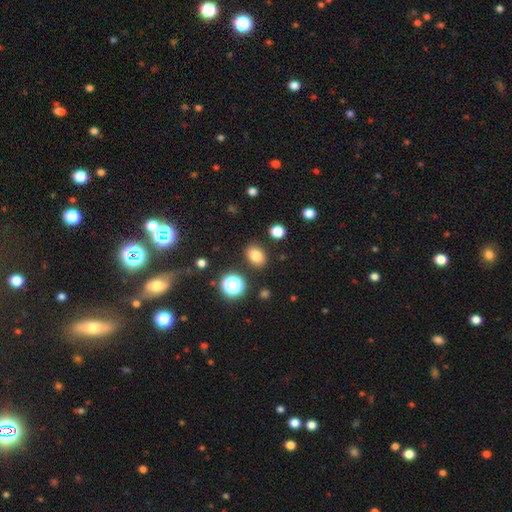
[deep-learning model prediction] The model was most divided on "how rounded": in between: 63%, round: 36%, cigar-shaped: 1%. More confident: merging — none (85%); smooth or featured — smooth (81%).